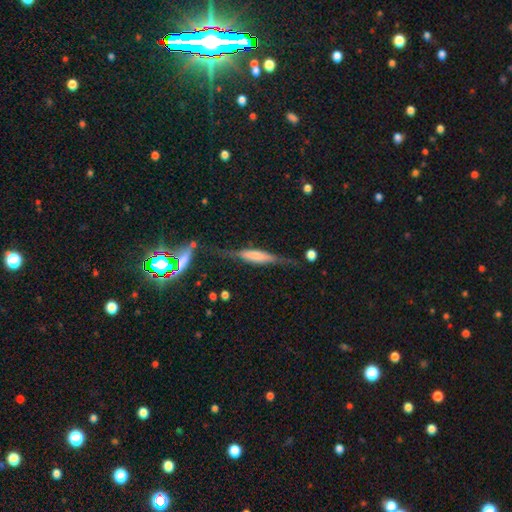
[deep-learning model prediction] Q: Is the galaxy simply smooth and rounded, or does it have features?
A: featured or disk — 60%.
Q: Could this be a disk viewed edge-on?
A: yes — 92%.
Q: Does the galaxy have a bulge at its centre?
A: boxy — 48%.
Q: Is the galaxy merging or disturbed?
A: none — 66%.